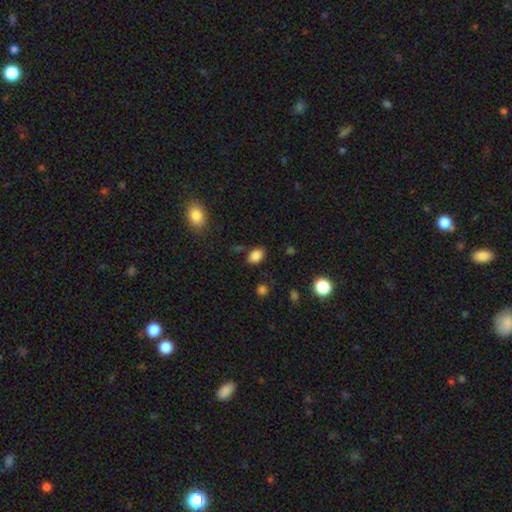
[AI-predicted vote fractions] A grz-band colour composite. It shows a smooth galaxy with no disk features (85%) that is in between round and cigar-shaped (75%). Merging: none (81%).